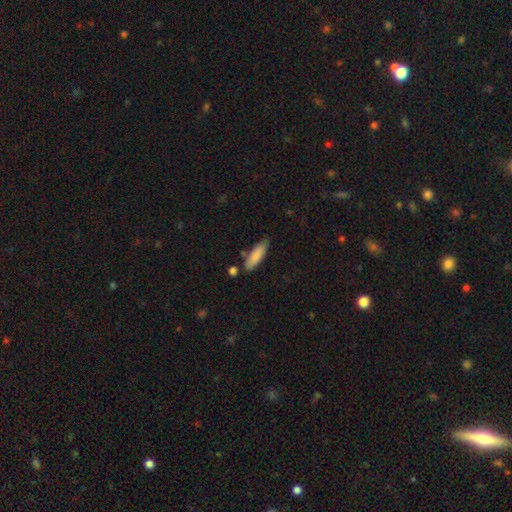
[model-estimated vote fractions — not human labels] A smooth galaxy with no disk features (85%) that is cigar-shaped (51%). Merging: none (73%).